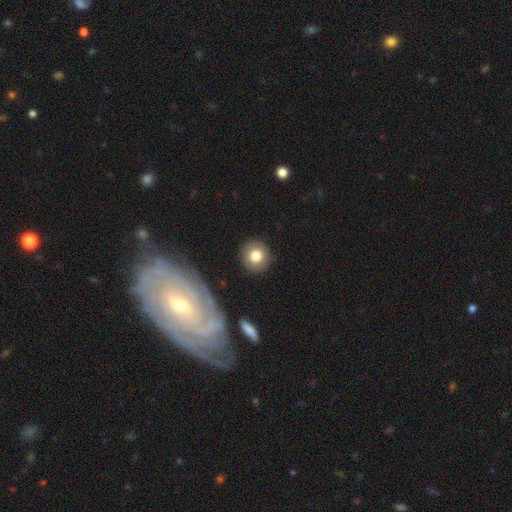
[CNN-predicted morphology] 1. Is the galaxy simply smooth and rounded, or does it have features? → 79% smooth, 12% featured or disk, 8% star or artifact.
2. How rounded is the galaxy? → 91% round, 8% in between, 1% cigar-shaped.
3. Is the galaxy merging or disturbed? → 88% none, 7% minor disturbance, 2% major disturbance, 2% merger.